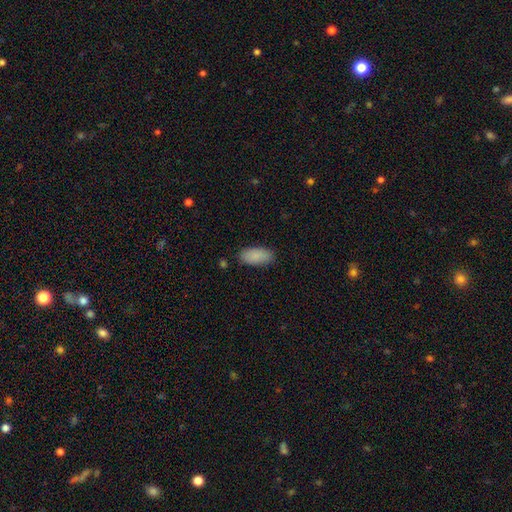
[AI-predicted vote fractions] Overall: smooth (88%). How rounded: in between (91%). Merging: none (85%).